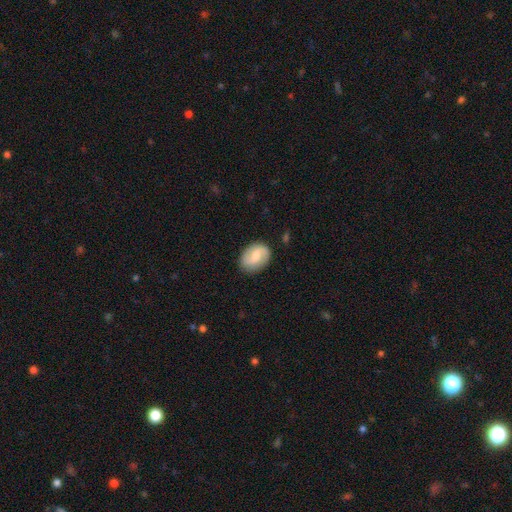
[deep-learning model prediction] Smooth or featured? Predicted: featured or disk (p=0.56). Edge-on disk? Predicted: no (p=0.97). Bar? Predicted: weak (p=0.53). Spiral arms? Predicted: yes (p=0.88). Bulge size? Predicted: moderate (p=0.55). Merging? Predicted: none (p=0.83).